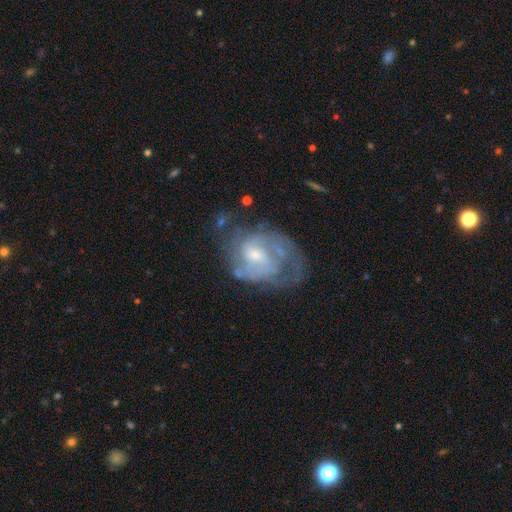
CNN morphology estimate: This appears to be a featured or disk galaxy (79%) with no bar (51%), 2 (43%) medium (42%, tied with tight) spiral arms (84%) and a small central bulge (47%). Merging: none (47%).